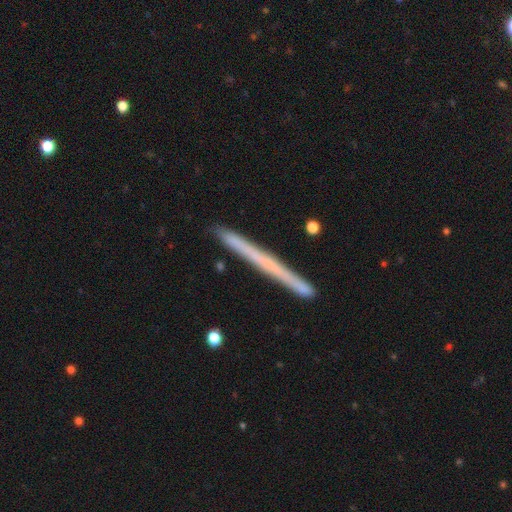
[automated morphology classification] A featured or disk galaxy (53%) viewed edge-on (97%) with no central bulge (90%).

Vote fractions:
- Smooth or featured? featured or disk: 53% / smooth: 40% / star or artifact: 8%
- Edge-on disk? yes: 97% / no: 3%
- Edge-on bulge? none: 90% / rounded: 8% / boxy: 3%
- Merging? none: 89% / minor disturbance: 8% / merger: 2% / major disturbance: 1%